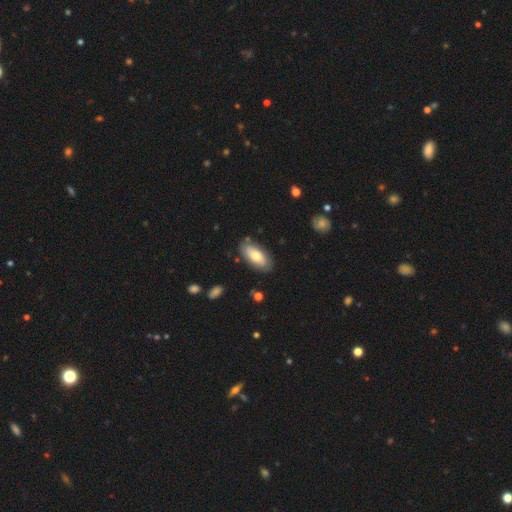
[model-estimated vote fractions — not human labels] Smooth or featured? Predicted: smooth (p=0.73). How rounded? Predicted: in between (p=0.88). Merging? Predicted: none (p=0.82).